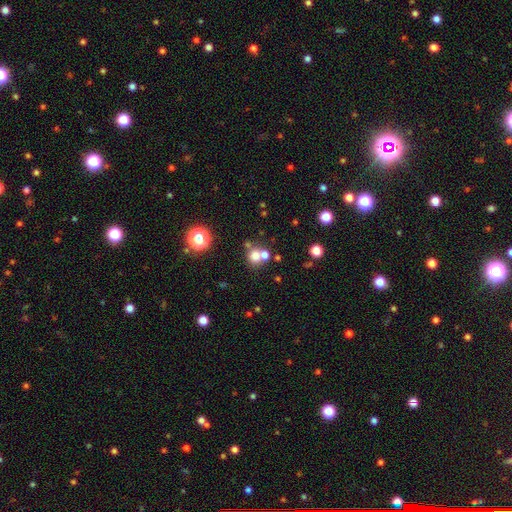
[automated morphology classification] smooth 71%, star or artifact 18%, featured or disk 11%. Down the decision tree: how rounded — round (84%); merging — none (52%).